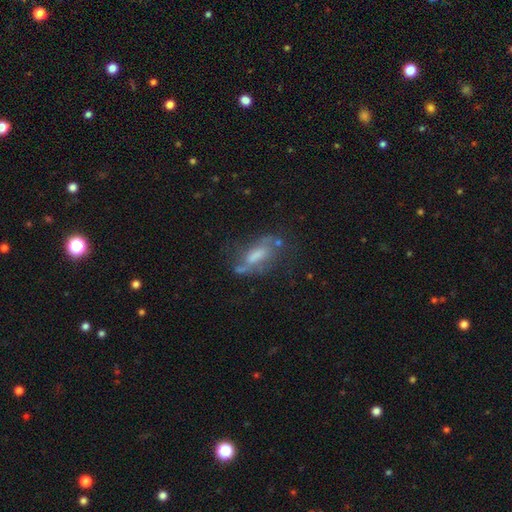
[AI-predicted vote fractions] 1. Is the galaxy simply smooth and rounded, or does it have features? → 54% featured or disk, 34% smooth, 12% star or artifact.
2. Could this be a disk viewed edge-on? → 84% no, 16% yes.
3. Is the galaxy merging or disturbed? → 49% none, 23% minor disturbance, 19% major disturbance, 8% merger.